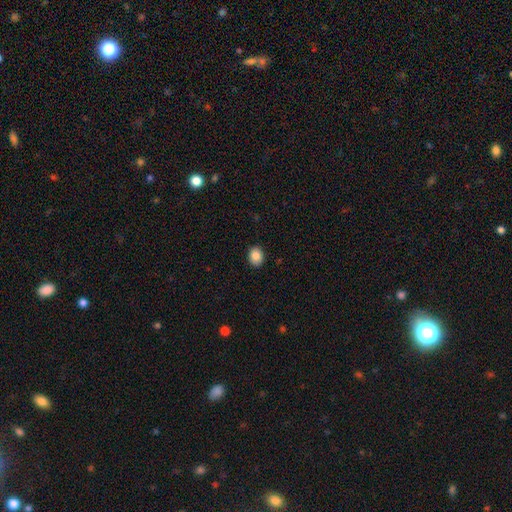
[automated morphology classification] The model was most divided on "how rounded": in between: 51%, round: 48%, cigar-shaped: 1%. More confident: merging — none (90%); smooth or featured — smooth (86%).